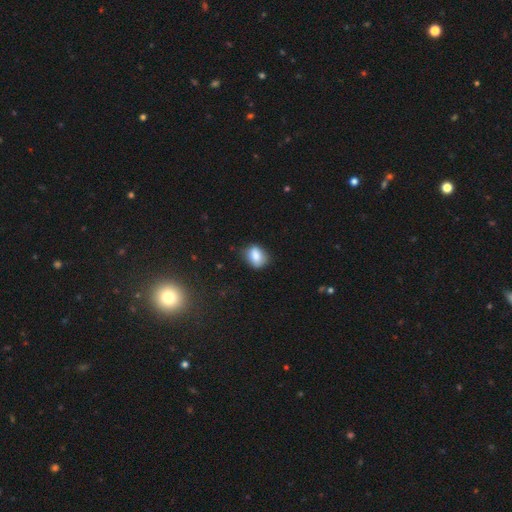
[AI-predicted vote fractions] A smooth galaxy with no disk features (82%) that is in between round and cigar-shaped (64%).

Vote fractions:
- Smooth or featured? smooth: 82% / featured or disk: 9% / star or artifact: 9%
- How rounded? in between: 64% / round: 35% / cigar-shaped: 1%
- Merging? none: 70% / minor disturbance: 24% / major disturbance: 5% / merger: 2%